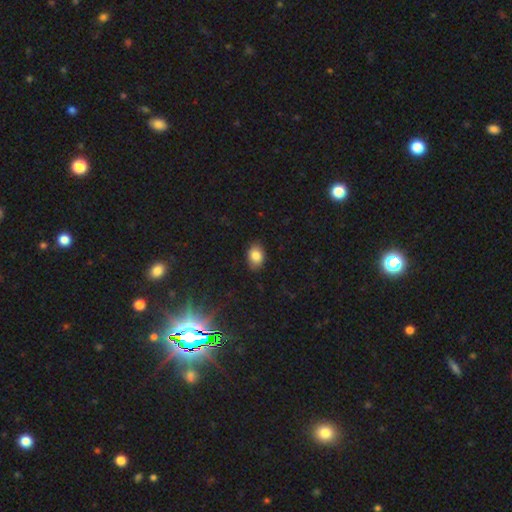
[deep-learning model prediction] smooth 84%, star or artifact 9%, featured or disk 7%. Down the decision tree: how rounded — in between (80%); merging — none (85%).